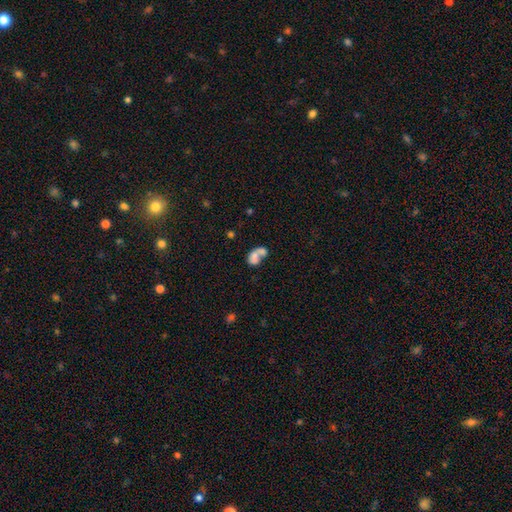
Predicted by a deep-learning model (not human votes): The model was most divided on "smooth or featured": smooth: 63%, featured or disk: 26%, star or artifact: 10%. More confident: how rounded — in between (75%); merging — merger (64%).